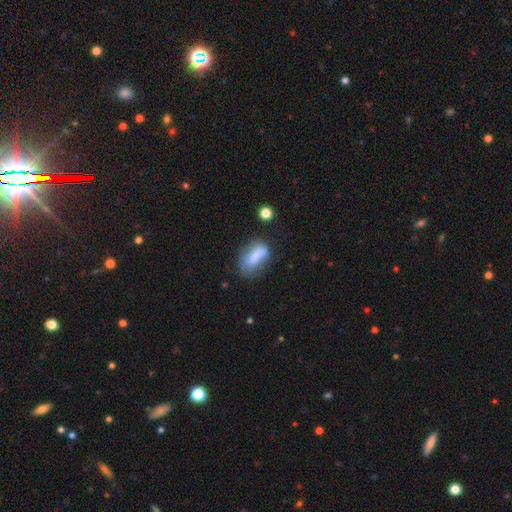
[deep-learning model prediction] smooth 71%, featured or disk 20%, star or artifact 9%. Down the decision tree: how rounded — in between (82%); merging — none (44%).